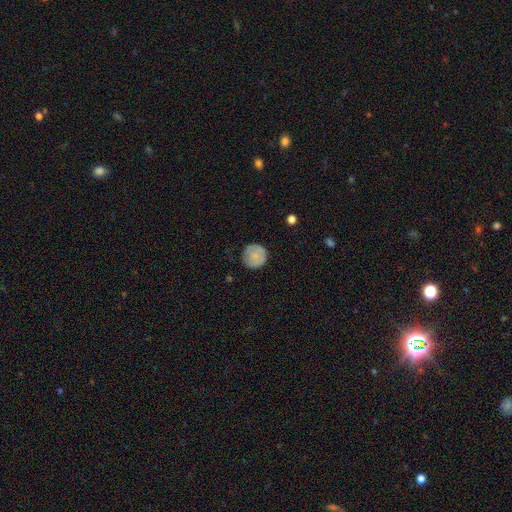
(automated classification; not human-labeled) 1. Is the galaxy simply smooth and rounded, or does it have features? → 78% smooth, 15% featured or disk, 7% star or artifact.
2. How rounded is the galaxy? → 95% round, 5% in between, 1% cigar-shaped.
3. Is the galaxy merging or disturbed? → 81% none, 15% minor disturbance, 3% major disturbance, 1% merger.